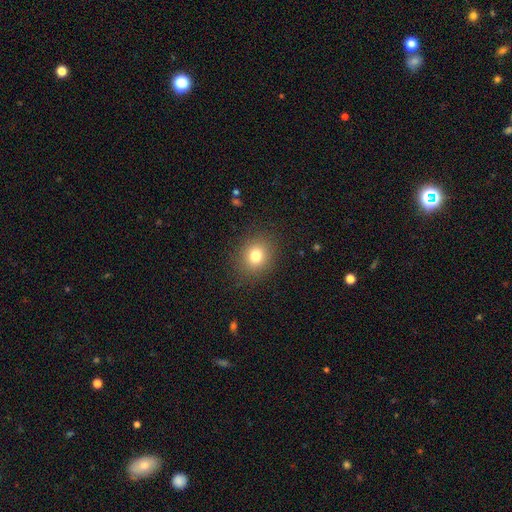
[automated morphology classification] smooth-or-featured: smooth: 78% | star or artifact: 13% | featured or disk: 9%
  how-rounded: round: 72% | in between: 27% | cigar-shaped: 1%
  merging: none: 87% | minor disturbance: 8% | major disturbance: 3% | merger: 1%